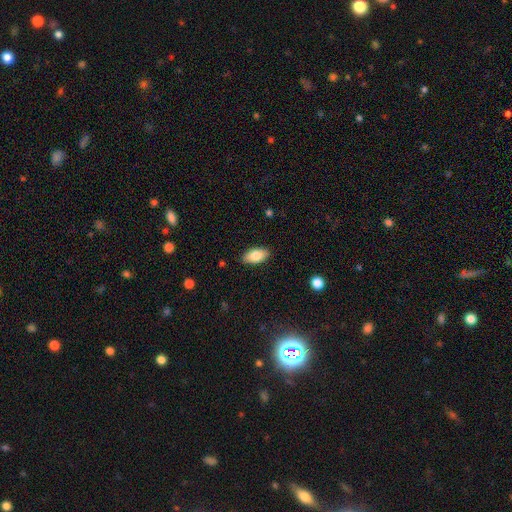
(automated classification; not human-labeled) This appears to be a smooth galaxy with no disk features (82%) that is in between round and cigar-shaped (93%). Merging: none (87%).